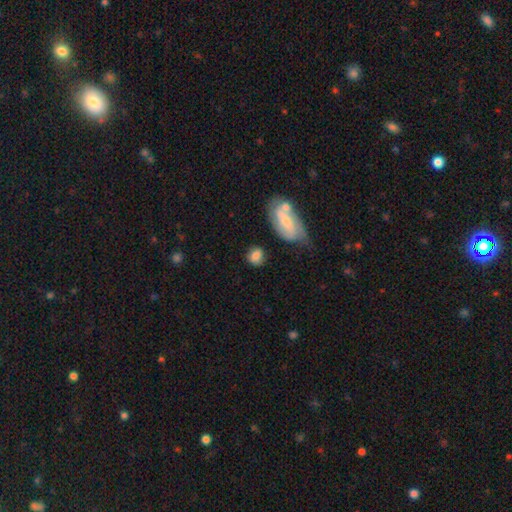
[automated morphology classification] A smooth galaxy with no disk features (76%) that is round (58%). Merging: none (64%).